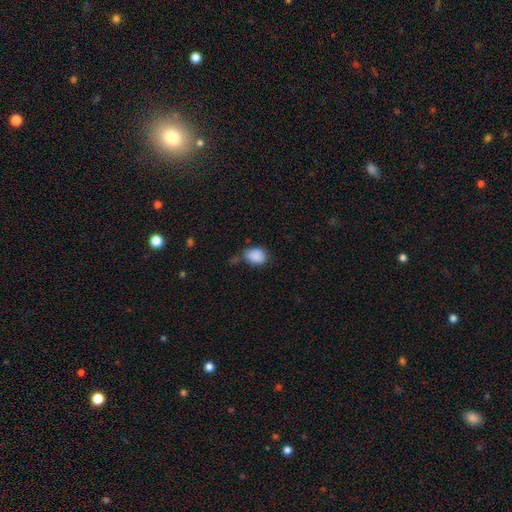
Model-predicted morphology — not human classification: A smooth galaxy with no disk features (88%) that is in between round and cigar-shaped (68%). Merging: none (57%).